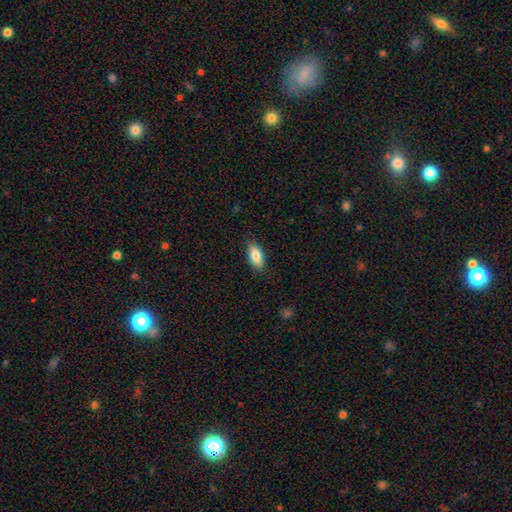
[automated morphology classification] A smooth galaxy with no disk features (83%) that is in between round and cigar-shaped (89%). Merging: none (87%).